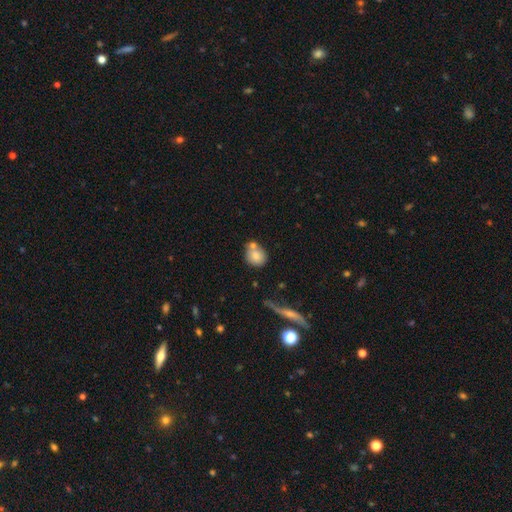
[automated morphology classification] Smooth or featured? Predicted: smooth (p=0.80). How rounded? Predicted: round (p=0.76). Merging? Predicted: none (p=0.55).